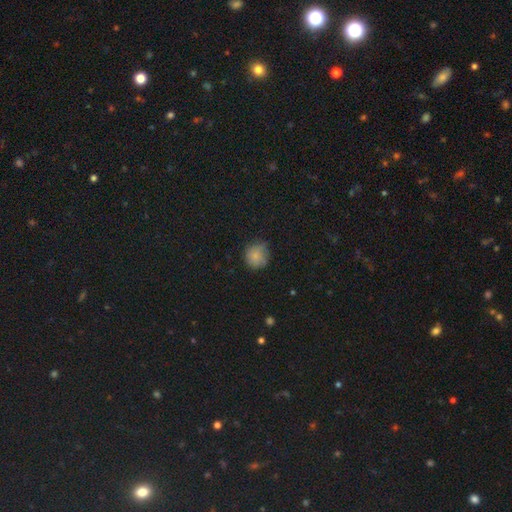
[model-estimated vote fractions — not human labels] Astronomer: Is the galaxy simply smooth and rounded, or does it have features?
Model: smooth — 82%.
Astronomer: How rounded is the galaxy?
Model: round — 89%.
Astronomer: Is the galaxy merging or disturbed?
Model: none — 74%.